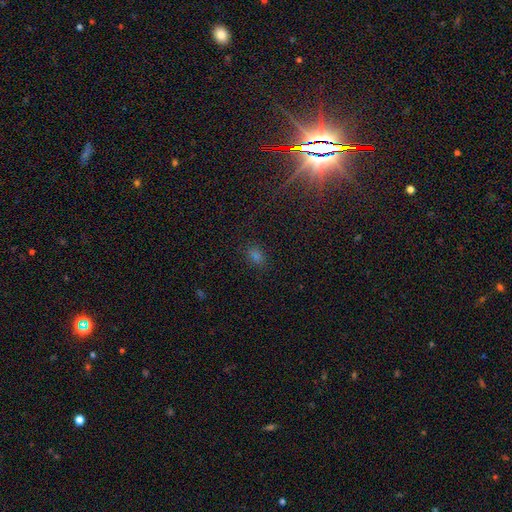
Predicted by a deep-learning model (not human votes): A smooth galaxy with no disk features (54%) that is in between round and cigar-shaped (72%). Merging: none (84%).